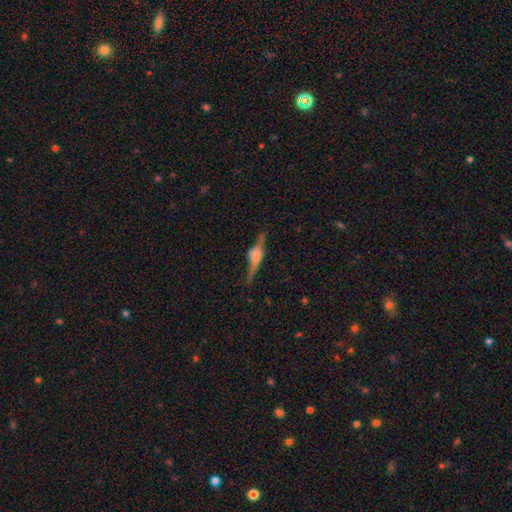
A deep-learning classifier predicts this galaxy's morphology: smooth-or-featured: featured or disk: 77% | smooth: 15% | star or artifact: 8%
  disk-edge-on: yes: 96% | no: 4%
    edge-on-bulge: rounded: 76% | boxy: 20% | none: 3%
  merging: none: 78% | minor disturbance: 15% | major disturbance: 5% | merger: 2%